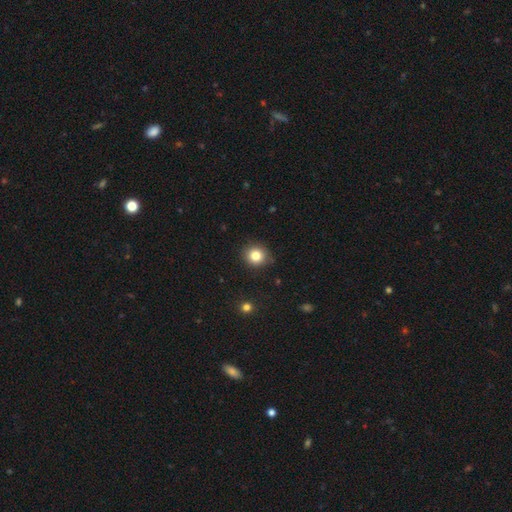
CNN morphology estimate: smooth 82%, star or artifact 11%, featured or disk 7%. Down the decision tree: how rounded — round (84%); merging — none (86%).